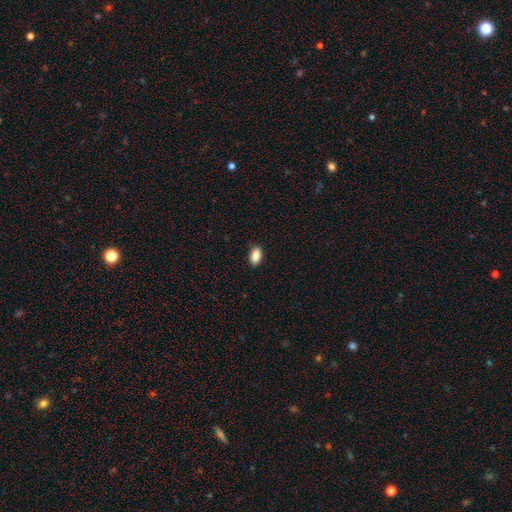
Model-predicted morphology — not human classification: smooth-or-featured: smooth: 89% | star or artifact: 7% | featured or disk: 3%
  how-rounded: in between: 92% | round: 6% | cigar-shaped: 3%
  merging: none: 88% | minor disturbance: 9% | major disturbance: 2% | merger: 1%